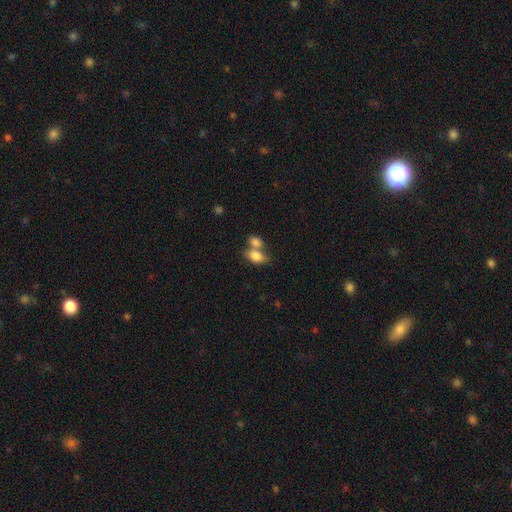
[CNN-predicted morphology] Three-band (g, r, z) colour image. It shows a smooth galaxy with no disk features (81%) that is in between round and cigar-shaped (85%). Merging: merger (55%).